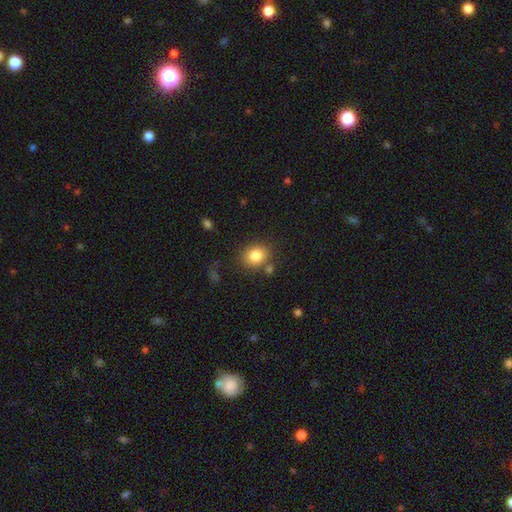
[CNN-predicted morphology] The model was most divided on "how rounded": round: 60%, in between: 40%, cigar-shaped: 1%. More confident: smooth or featured — smooth (83%); merging — none (77%).